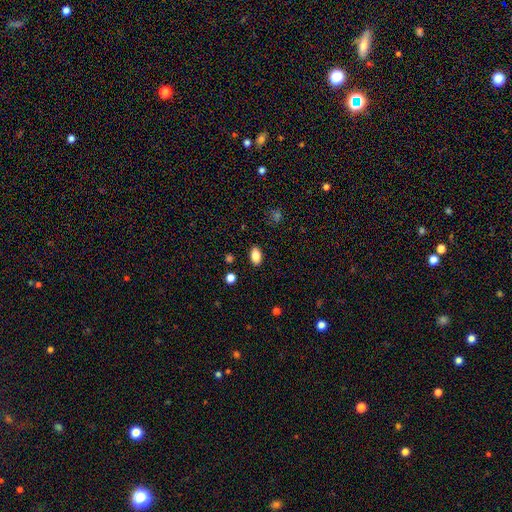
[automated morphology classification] A smooth galaxy with no disk features (85%) that is in between round and cigar-shaped (90%).

Vote fractions:
- Smooth or featured? smooth: 85% / star or artifact: 9% / featured or disk: 6%
- How rounded? in between: 90% / round: 8% / cigar-shaped: 2%
- Merging? none: 88% / minor disturbance: 8% / major disturbance: 2% / merger: 1%